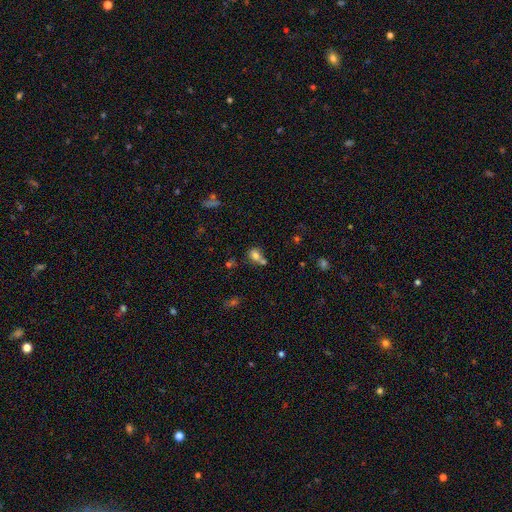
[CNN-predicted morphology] smooth_or_featured: smooth (p=0.75) [alt: star or artifact p=0.13]
how_rounded: in between (p=0.55) [alt: round p=0.43]
merging: merger (p=0.45) [alt: none p=0.35]